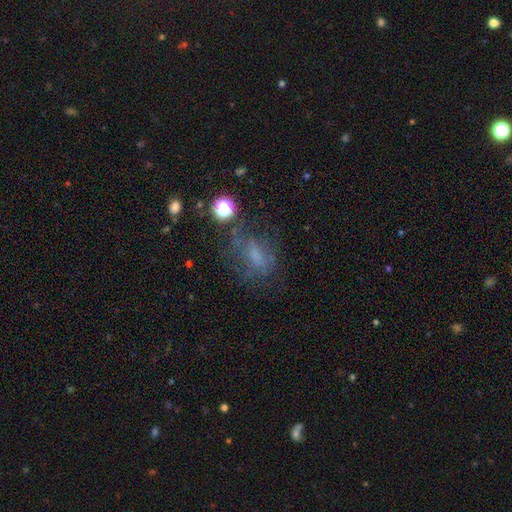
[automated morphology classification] type=smooth (48%); merging=none (53%).